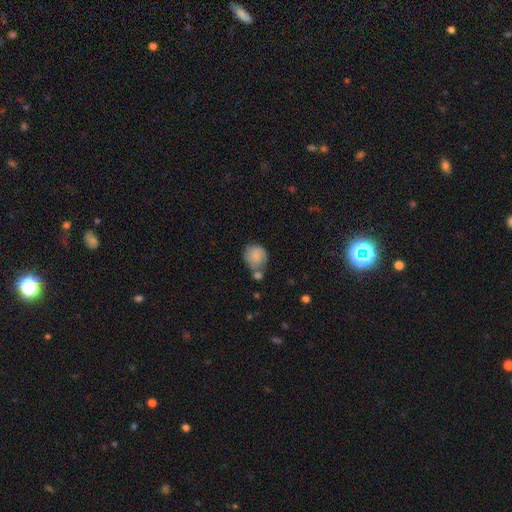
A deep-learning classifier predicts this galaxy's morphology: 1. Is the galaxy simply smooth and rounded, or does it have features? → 76% smooth, 16% featured or disk, 7% star or artifact.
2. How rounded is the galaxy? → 80% round, 19% in between, 1% cigar-shaped.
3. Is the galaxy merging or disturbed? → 44% none, 30% merger, 20% minor disturbance, 7% major disturbance.